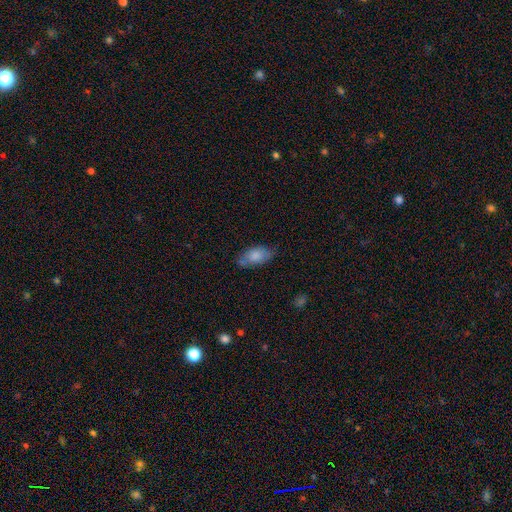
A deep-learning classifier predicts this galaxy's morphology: A smooth galaxy with no disk features (79%) that is in between round and cigar-shaped (91%).

Vote fractions:
- Smooth or featured? smooth: 79% / featured or disk: 14% / star or artifact: 7%
- How rounded? in between: 91% / cigar-shaped: 6% / round: 3%
- Merging? none: 66% / minor disturbance: 25% / major disturbance: 6% / merger: 4%